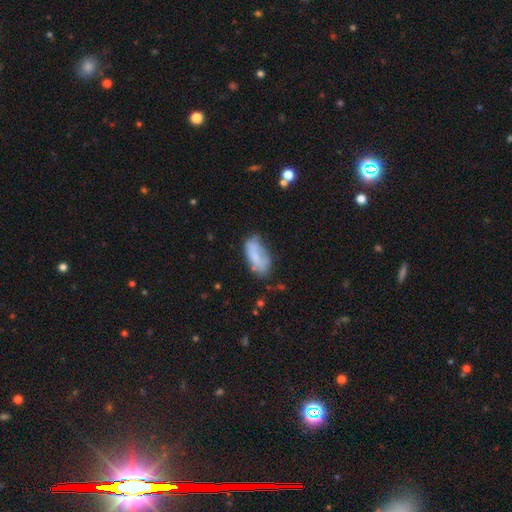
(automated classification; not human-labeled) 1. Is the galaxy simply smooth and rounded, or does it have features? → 69% smooth, 23% featured or disk, 8% star or artifact.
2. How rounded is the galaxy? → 89% in between, 8% cigar-shaped, 3% round.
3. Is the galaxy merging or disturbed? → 46% none, 33% minor disturbance, 15% major disturbance, 6% merger.